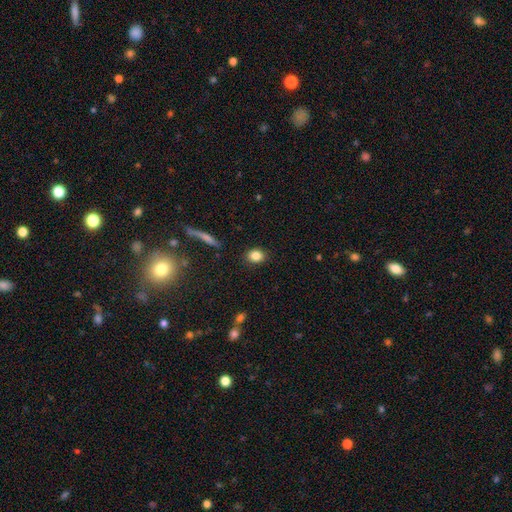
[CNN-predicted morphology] Q: Smooth or featured?
A: smooth (84%); runner-up: star or artifact (9%)
Q: How rounded?
A: in between (56%); runner-up: round (42%)
Q: Merging?
A: none (88%); runner-up: minor disturbance (8%)